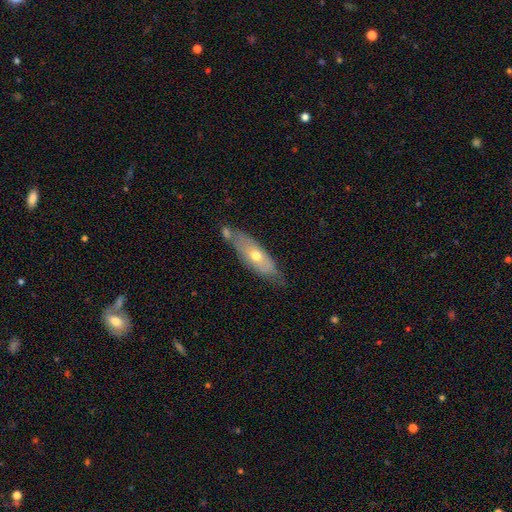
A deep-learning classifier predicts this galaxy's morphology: This appears to be a featured or disk galaxy (48%). Merging: none (62%).